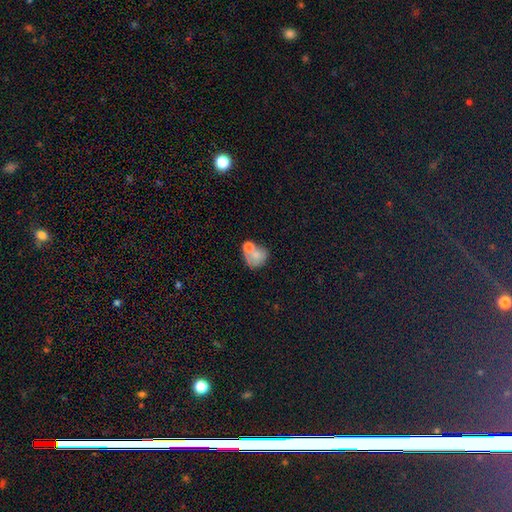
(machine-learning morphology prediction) smooth-or-featured: smooth: 67% | featured or disk: 23% | star or artifact: 10%
  how-rounded: round: 65% | in between: 34% | cigar-shaped: 1%
  merging: merger: 41% | none: 33% | minor disturbance: 15% | major disturbance: 11%